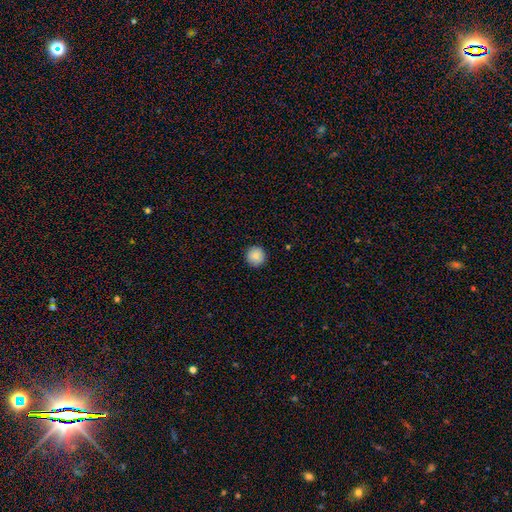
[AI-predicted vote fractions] Smooth or featured? Predicted: smooth (p=0.88). How rounded? Predicted: round (p=0.96). Merging? Predicted: none (p=0.93).